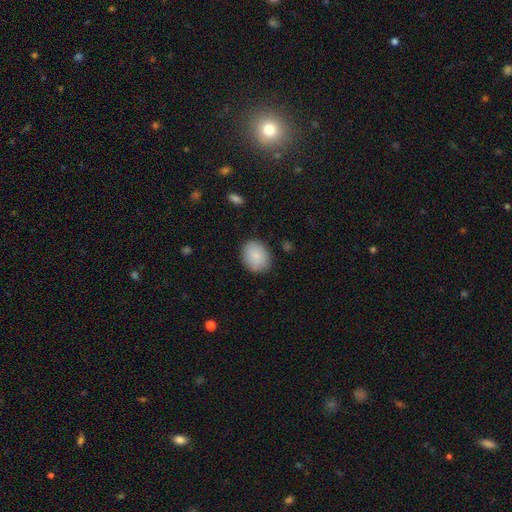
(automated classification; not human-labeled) Smooth or featured? smooth (87%)
How rounded? in between (51%)
Merging? none (84%)